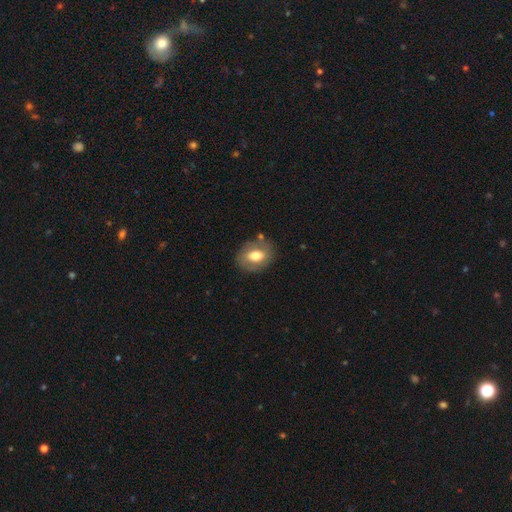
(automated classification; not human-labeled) Q: Smooth or featured?
A: smooth (63%); runner-up: featured or disk (29%)
Q: How rounded?
A: in between (60%); runner-up: round (39%)
Q: Merging?
A: none (78%); runner-up: minor disturbance (14%)